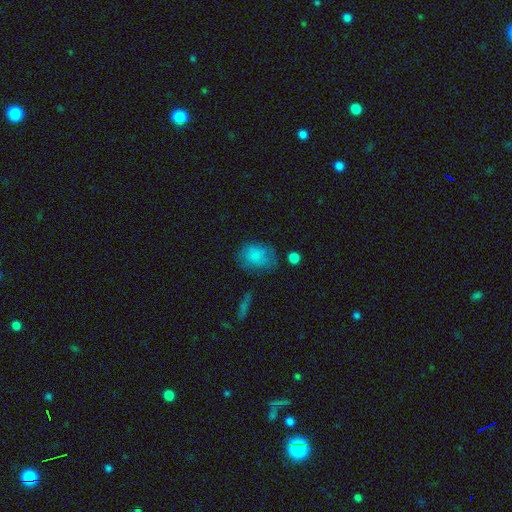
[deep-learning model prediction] Smooth or featured: smooth — 82% (star or artifact — 9%)
How rounded: in between — 63% (round — 36%)
Merging: none — 63% (minor disturbance — 25%)